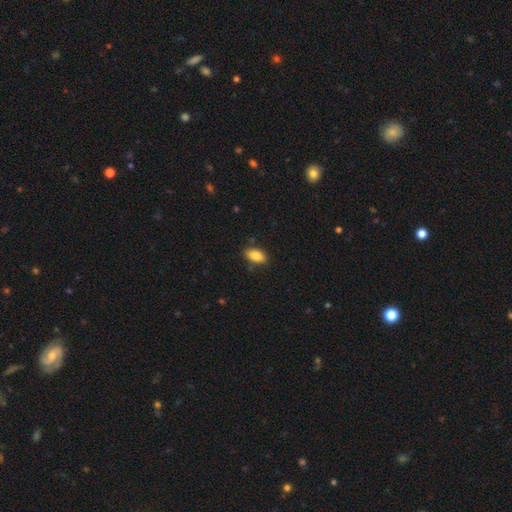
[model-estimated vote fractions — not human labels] Smooth or featured: smooth — 87% (star or artifact — 7%)
How rounded: in between — 91% (round — 5%)
Merging: none — 86% (minor disturbance — 10%)